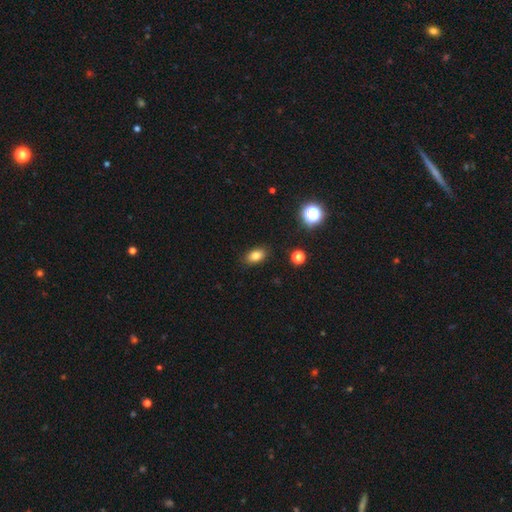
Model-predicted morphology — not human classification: Q: Smooth or featured?
A: smooth (81%); runner-up: star or artifact (11%)
Q: How rounded?
A: in between (85%); runner-up: round (13%)
Q: Merging?
A: none (87%); runner-up: minor disturbance (9%)